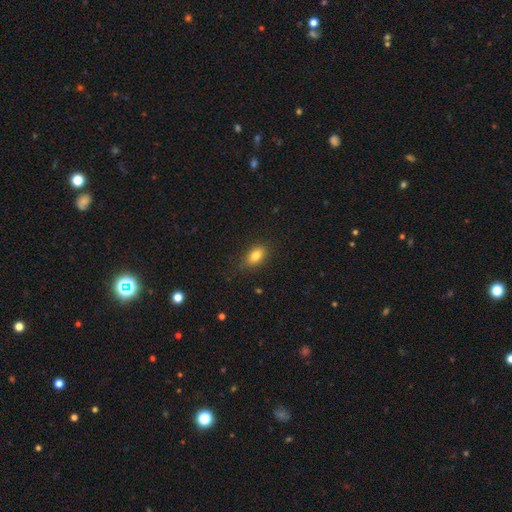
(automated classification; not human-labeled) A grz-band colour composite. It shows a smooth galaxy with no disk features (82%) that is in between round and cigar-shaped (85%). Merging: none (82%).